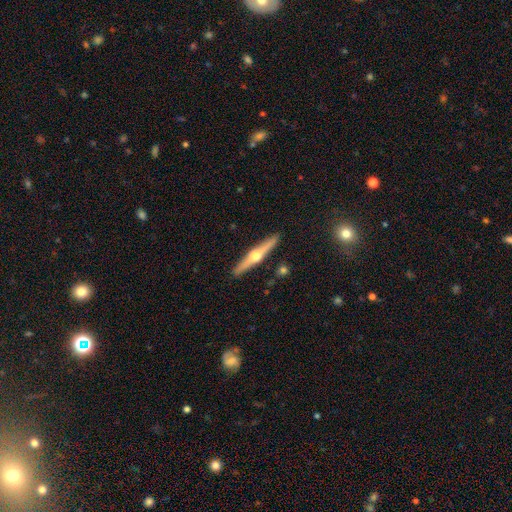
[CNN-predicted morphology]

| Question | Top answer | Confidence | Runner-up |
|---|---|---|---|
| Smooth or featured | featured or disk | 75% | smooth (20%) |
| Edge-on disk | yes | 98% | no (2%) |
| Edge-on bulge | rounded | 96% | none (2%) |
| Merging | none | 91% | minor disturbance (6%) |